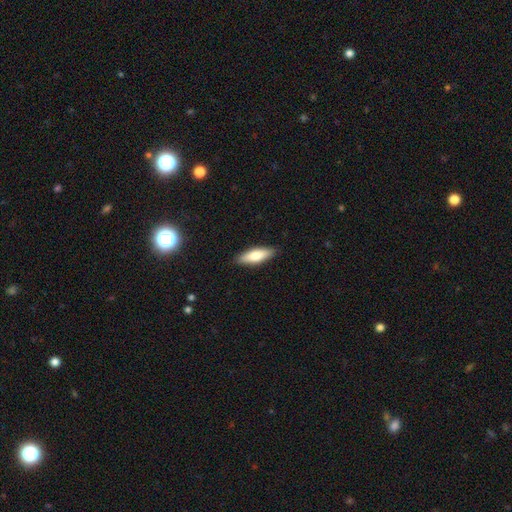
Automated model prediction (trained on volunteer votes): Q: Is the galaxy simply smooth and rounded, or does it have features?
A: smooth — 72%.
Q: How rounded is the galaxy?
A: in between — 54%.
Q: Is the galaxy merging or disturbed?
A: none — 89%.